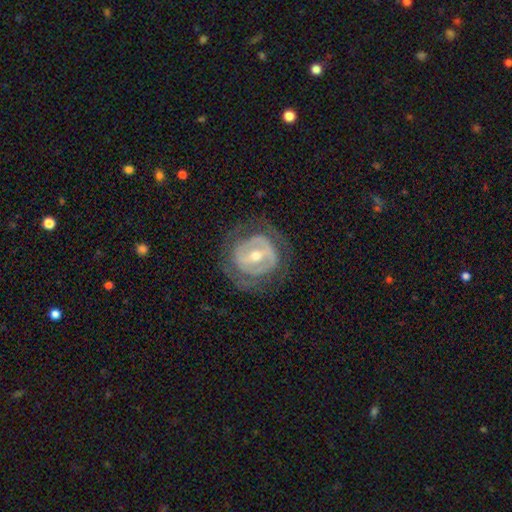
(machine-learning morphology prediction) Smooth or featured? Predicted: featured or disk (p=0.79). Edge-on disk? Predicted: no (p=0.95). Bar? Predicted: strong (p=0.43). Spiral arms? Predicted: yes (p=0.57). Bulge size? Predicted: moderate (p=0.57). Merging? Predicted: none (p=0.71).